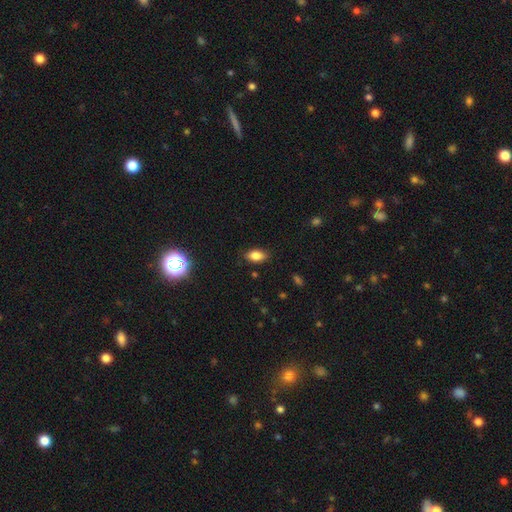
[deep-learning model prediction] Overall: smooth (82%). How rounded: in between (88%). Merging: none (83%).